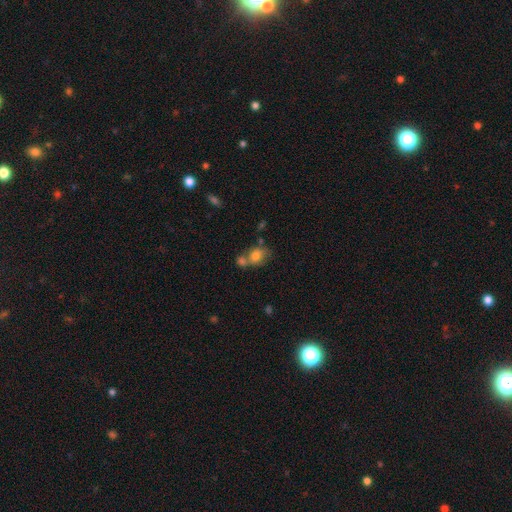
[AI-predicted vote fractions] A smooth galaxy with no disk features (74%) that is in between round and cigar-shaped (59%). Merging: merger (47%).